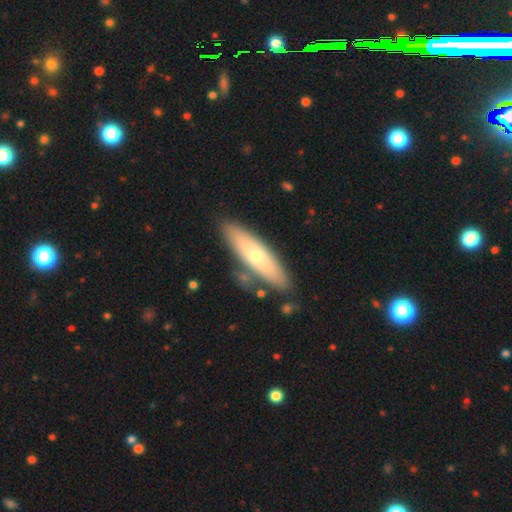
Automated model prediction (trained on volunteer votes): Overall: smooth (58%; featured or disk 36%). How rounded: cigar-shaped (69%). Merging: none (82%).